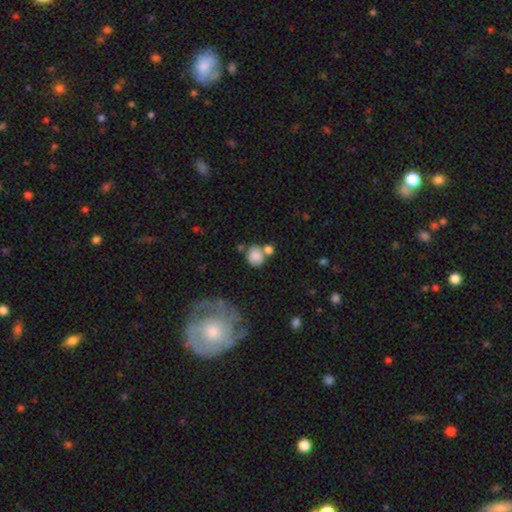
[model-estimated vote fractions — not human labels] A smooth galaxy with no disk features (82%) that is round (75%). Merging: none (53%).